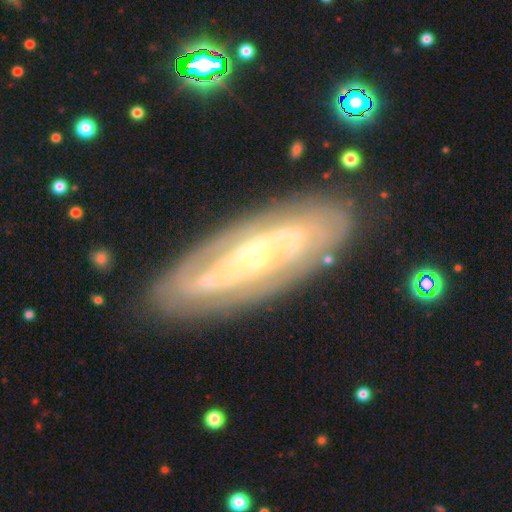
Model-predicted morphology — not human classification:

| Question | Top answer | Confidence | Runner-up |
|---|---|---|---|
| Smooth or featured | featured or disk | 82% | smooth (12%) |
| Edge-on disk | no | 85% | yes (15%) |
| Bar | no | 50% | weak (28%) |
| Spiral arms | yes | 86% | no (14%) |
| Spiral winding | tight | 54% | medium (33%) |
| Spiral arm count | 2 | 53% | can't tell (31%) |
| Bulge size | small | 78% | moderate (18%) |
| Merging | none | 83% | minor disturbance (12%) |